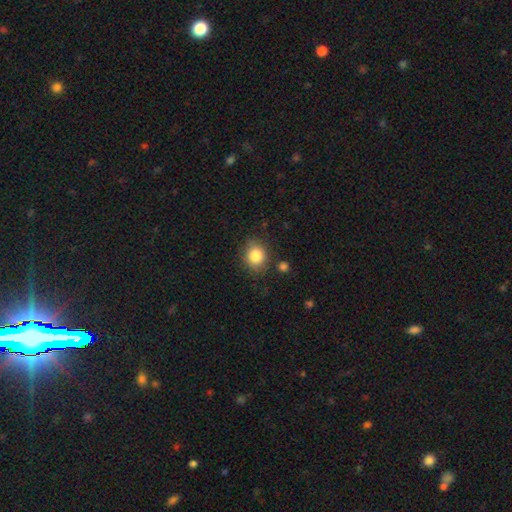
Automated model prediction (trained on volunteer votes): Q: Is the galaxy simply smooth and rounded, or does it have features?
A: smooth — 84%.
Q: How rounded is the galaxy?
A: round — 69%.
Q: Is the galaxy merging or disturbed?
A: none — 80%.